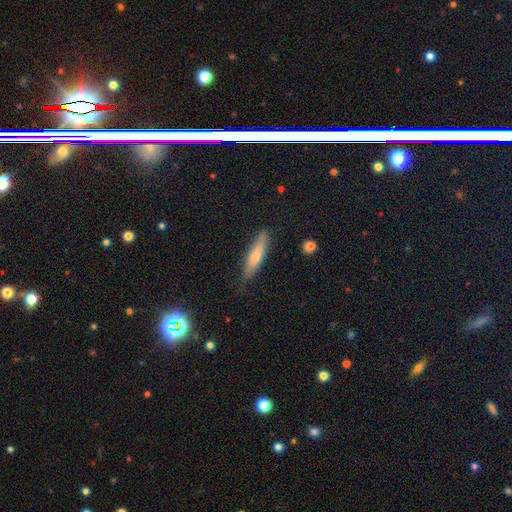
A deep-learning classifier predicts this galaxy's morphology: A smooth galaxy with no disk features (66%) that is cigar-shaped (80%). Merging: none (83%).